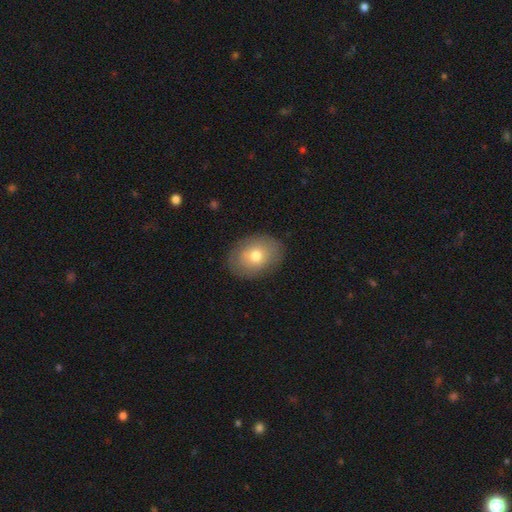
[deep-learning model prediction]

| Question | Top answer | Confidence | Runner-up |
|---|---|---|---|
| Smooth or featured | smooth | 71% | featured or disk (21%) |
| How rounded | in between | 70% | round (29%) |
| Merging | none | 84% | minor disturbance (12%) |